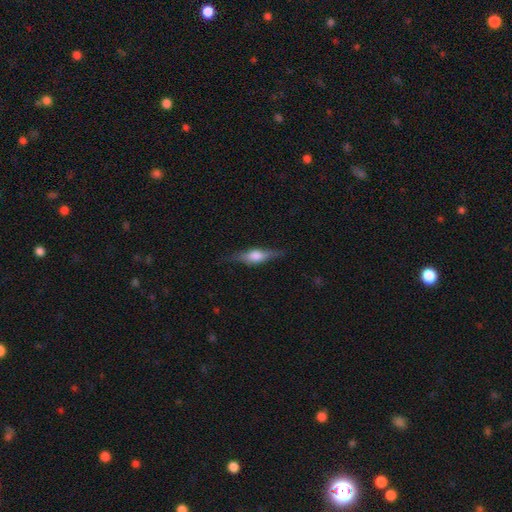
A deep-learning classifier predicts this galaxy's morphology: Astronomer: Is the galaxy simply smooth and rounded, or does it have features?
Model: featured or disk — 61%.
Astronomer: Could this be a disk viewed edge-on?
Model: yes — 95%.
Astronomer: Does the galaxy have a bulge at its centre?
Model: rounded — 87%.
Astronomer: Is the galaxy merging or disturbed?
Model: none — 83%.